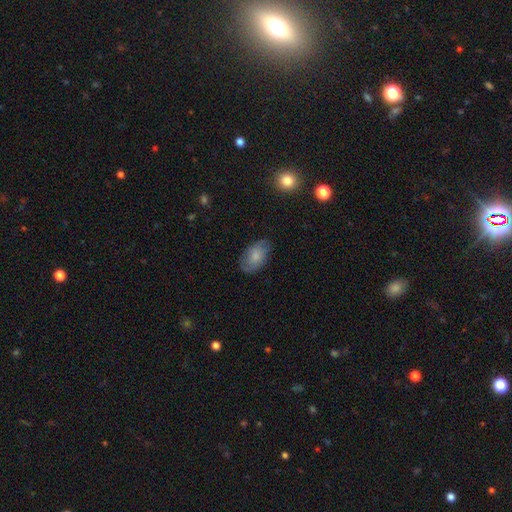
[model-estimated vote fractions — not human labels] This is likely a smooth galaxy (76%). How rounded: clearly in between (92%). Merging: likely none (75%).